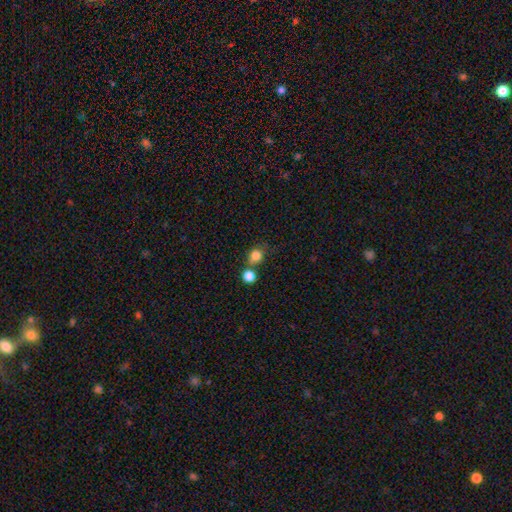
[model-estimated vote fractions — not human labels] A smooth galaxy with no disk features (82%) that is round (76%). Merging: none (57%).